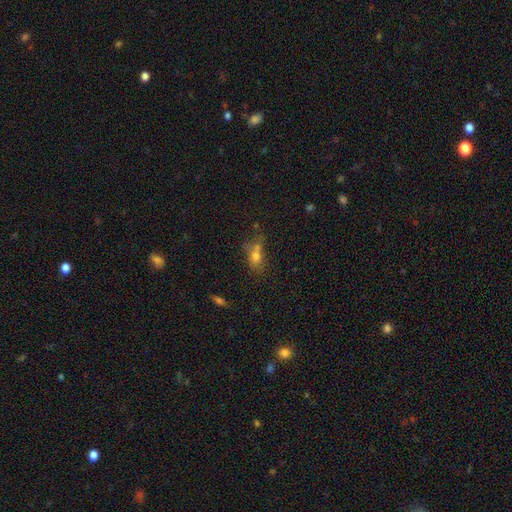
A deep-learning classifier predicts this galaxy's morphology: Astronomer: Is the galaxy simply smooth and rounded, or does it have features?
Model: smooth — 64%.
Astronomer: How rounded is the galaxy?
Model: in between — 60%.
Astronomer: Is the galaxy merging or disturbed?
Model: none — 38% (runner-up: merger, 36%).